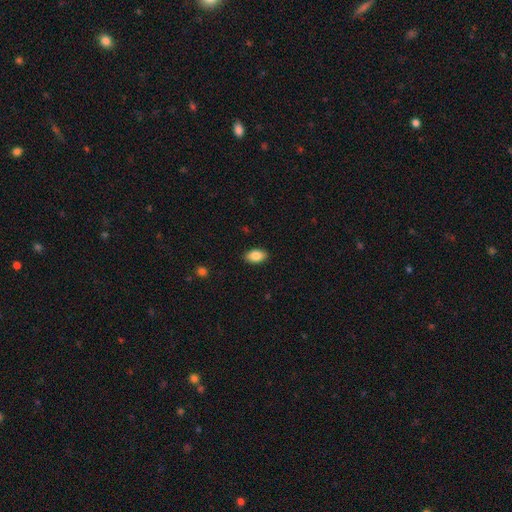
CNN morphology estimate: A smooth galaxy with no disk features (87%) that is in between round and cigar-shaped (92%). Merging: none (88%).